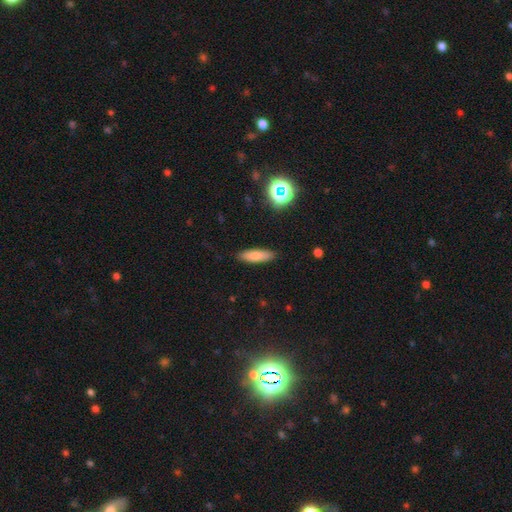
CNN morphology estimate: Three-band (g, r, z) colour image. It shows a smooth galaxy with no disk features (78%) that is cigar-shaped (60%). Merging: none (88%).